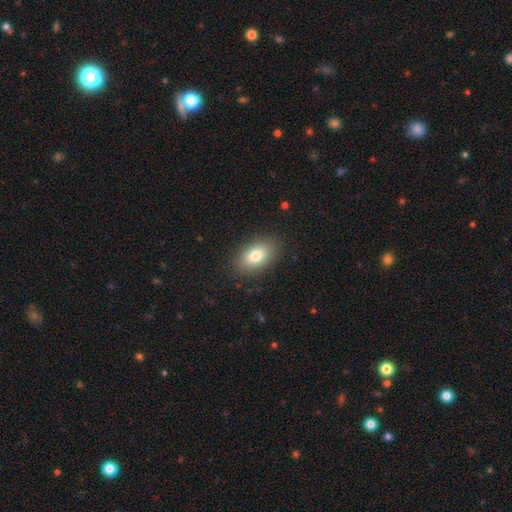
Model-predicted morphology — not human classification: This is clearly a smooth galaxy (80%). How rounded: clearly in between (90%). Merging: clearly none (87%).